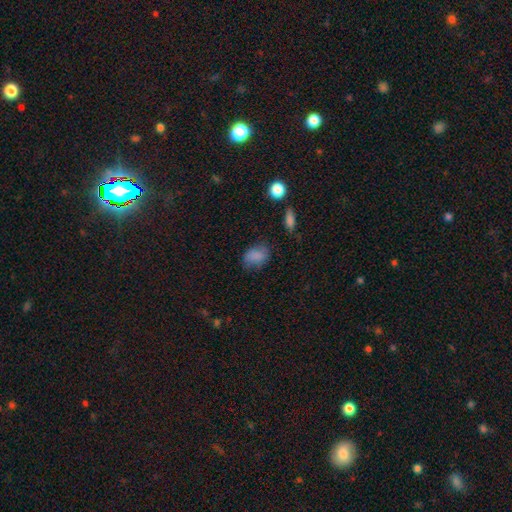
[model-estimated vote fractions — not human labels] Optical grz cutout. It shows a smooth galaxy with no disk features (81%) that is in between round and cigar-shaped (76%). Merging: none (66%).